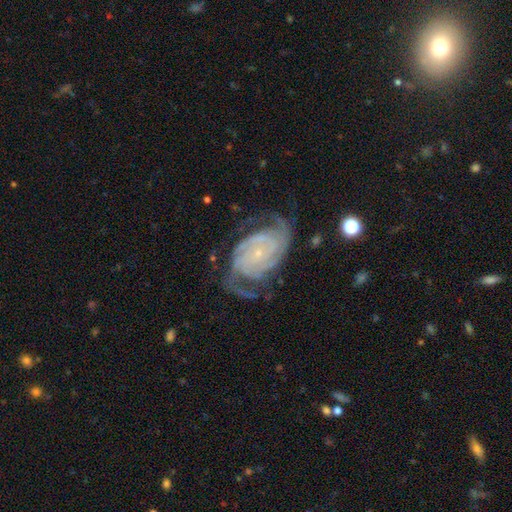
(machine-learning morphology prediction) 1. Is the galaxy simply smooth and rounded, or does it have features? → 86% featured or disk, 7% star or artifact, 7% smooth.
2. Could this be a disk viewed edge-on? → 97% no, 3% yes.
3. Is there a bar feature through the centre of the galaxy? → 68% no, 23% weak, 9% strong.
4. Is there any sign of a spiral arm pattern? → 97% yes, 3% no.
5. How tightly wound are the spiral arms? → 62% tight, 31% medium, 7% loose.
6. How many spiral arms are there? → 44% 2, 19% 3, 17% can't tell, 9% 4, 6% more than 4, 6% 1.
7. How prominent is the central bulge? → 81% small, 11% moderate, 6% none, 1% large, 1% dominant.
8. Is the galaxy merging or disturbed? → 69% none, 18% minor disturbance, 11% major disturbance, 2% merger.